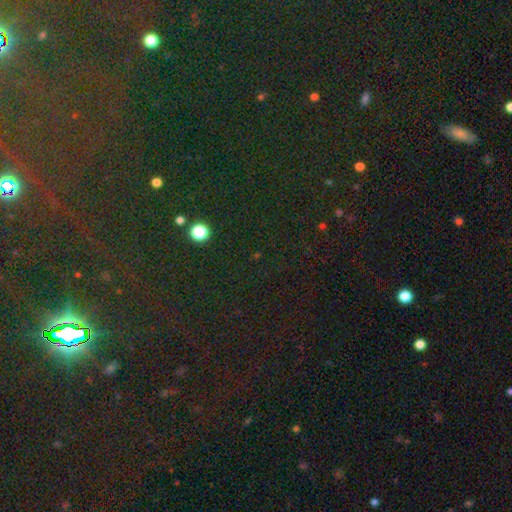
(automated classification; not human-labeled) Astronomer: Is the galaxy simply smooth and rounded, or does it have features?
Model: star or artifact — 80%.